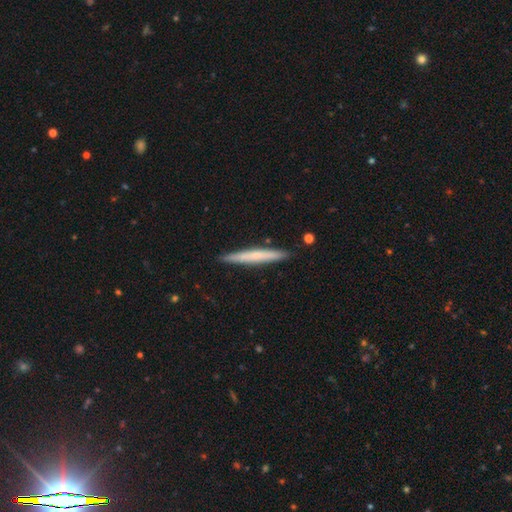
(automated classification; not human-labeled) smooth 50%, featured or disk 44%, star or artifact 6%. Down the decision tree: how rounded — cigar-shaped (96%); merging — none (90%).